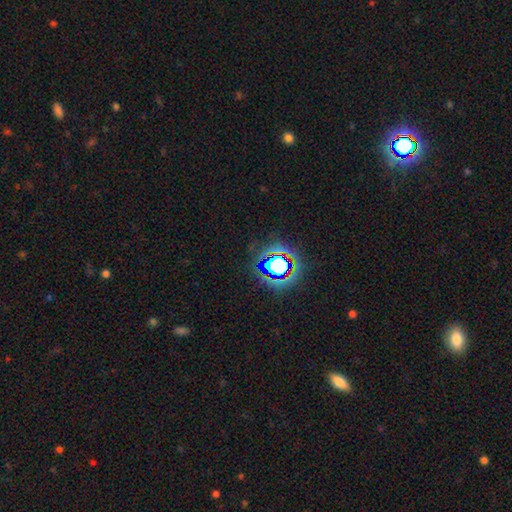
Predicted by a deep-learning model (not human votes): Smooth or featured? Predicted: star or artifact (p=0.79).